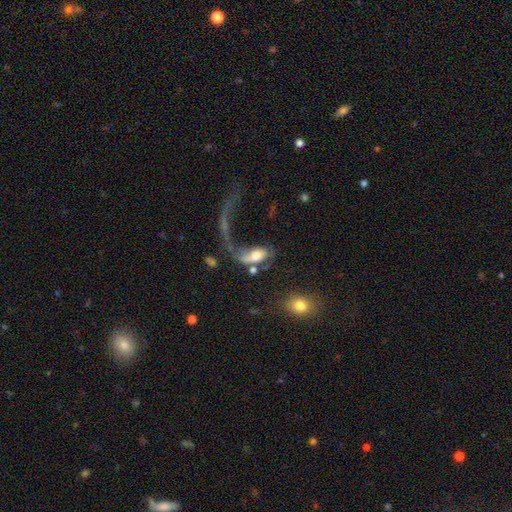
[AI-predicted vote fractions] Smooth or featured? Predicted: smooth (p=0.47). Merging? Predicted: major disturbance (p=0.42).